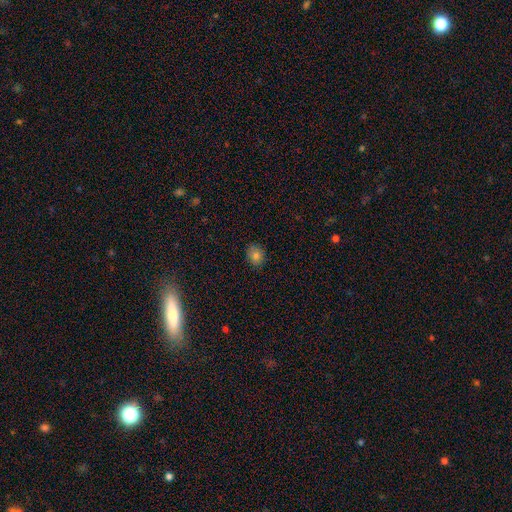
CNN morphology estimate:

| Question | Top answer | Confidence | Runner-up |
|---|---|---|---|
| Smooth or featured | smooth | 81% | star or artifact (12%) |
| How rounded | round | 57% | in between (42%) |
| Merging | none | 85% | minor disturbance (12%) |